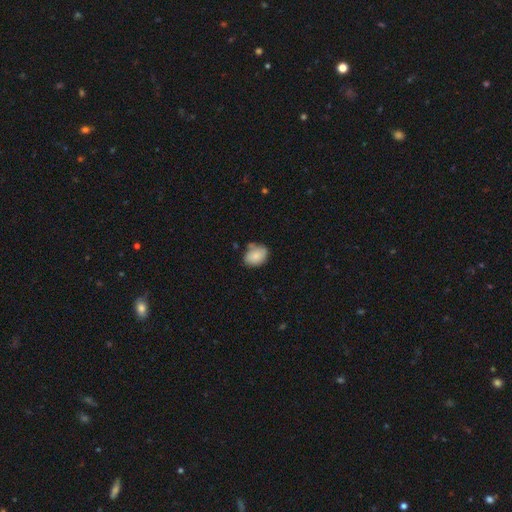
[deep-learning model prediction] Q: Smooth or featured?
A: smooth (81%); runner-up: featured or disk (12%)
Q: How rounded?
A: in between (70%); runner-up: round (29%)
Q: Merging?
A: none (61%); runner-up: minor disturbance (26%)